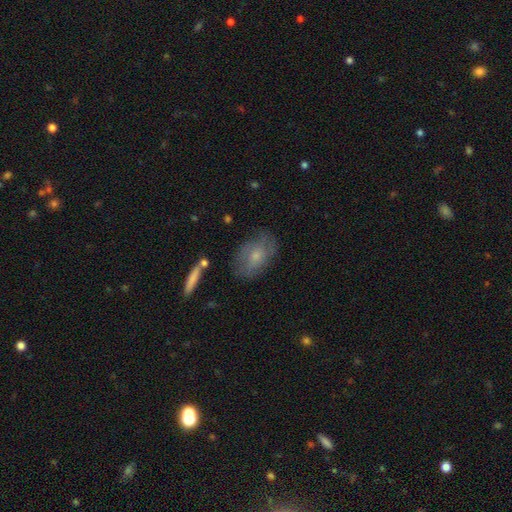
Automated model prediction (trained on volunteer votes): This is possibly a smooth galaxy (58%). How rounded: clearly in between (82%). Merging: likely none (66%).